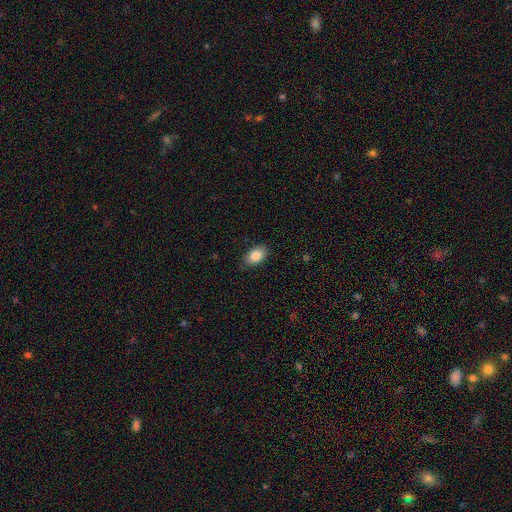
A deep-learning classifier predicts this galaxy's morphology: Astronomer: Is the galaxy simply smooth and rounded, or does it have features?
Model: smooth — 85%.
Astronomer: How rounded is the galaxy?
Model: in between — 87%.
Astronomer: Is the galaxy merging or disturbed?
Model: none — 84%.